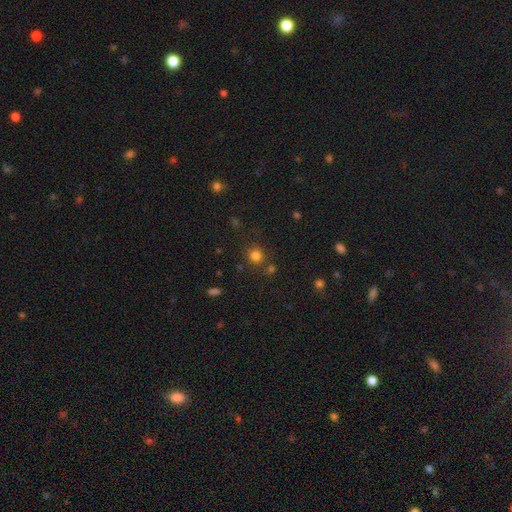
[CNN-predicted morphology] Smooth or featured: smooth — 79% (star or artifact — 16%)
How rounded: round — 87% (in between — 12%)
Merging: none — 78% (minor disturbance — 9%)